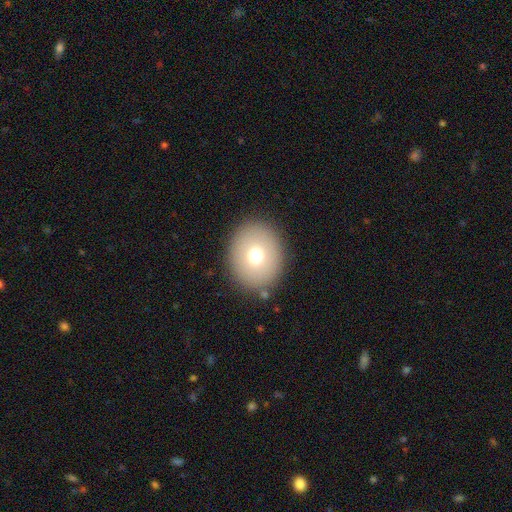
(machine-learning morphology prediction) The model was most divided on "how rounded": round: 64%, in between: 35%, cigar-shaped: 1%. More confident: merging — none (87%); smooth or featured — smooth (72%).